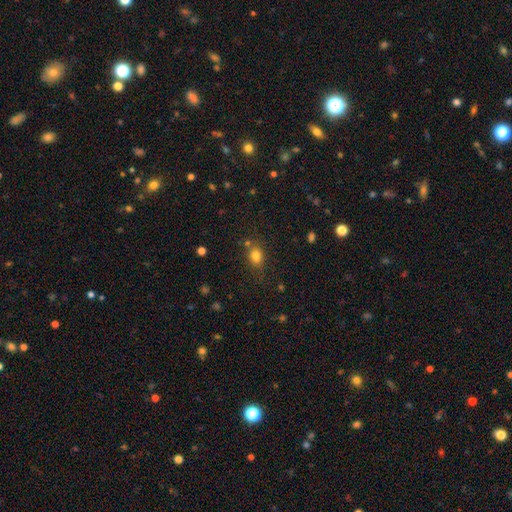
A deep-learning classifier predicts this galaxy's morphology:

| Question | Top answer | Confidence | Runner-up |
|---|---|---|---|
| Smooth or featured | smooth | 81% | star or artifact (12%) |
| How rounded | in between | 63% | round (35%) |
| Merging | none | 71% | minor disturbance (15%) |